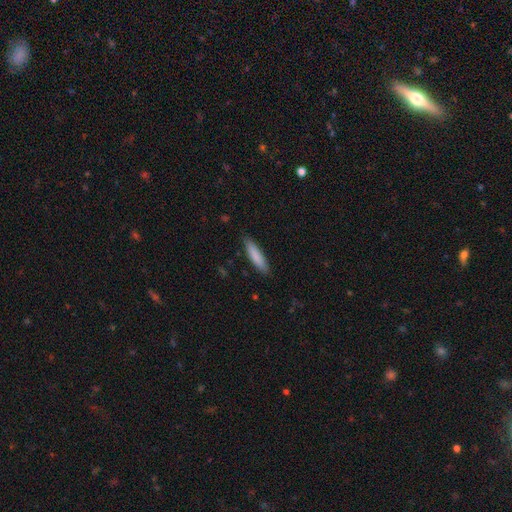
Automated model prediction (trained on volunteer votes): This is clearly a smooth galaxy (85%). How rounded: likely cigar-shaped (75%). Merging: clearly none (86%).